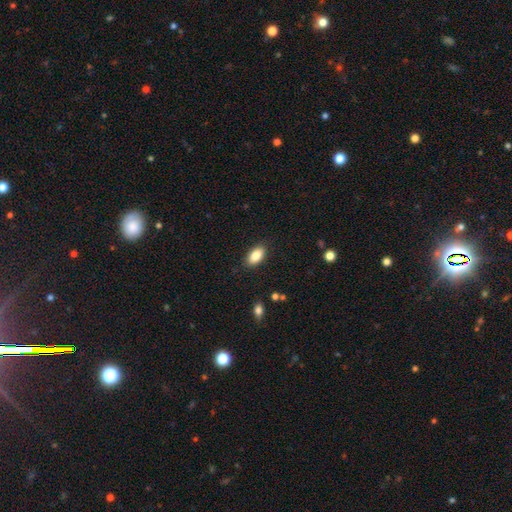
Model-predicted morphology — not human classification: Smooth or featured? smooth (85%)
How rounded? in between (92%)
Merging? none (87%)